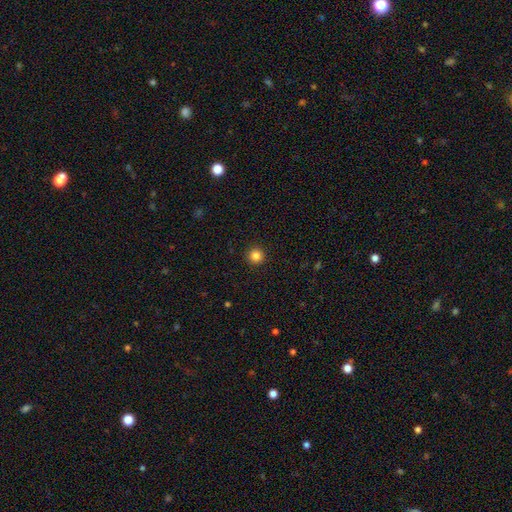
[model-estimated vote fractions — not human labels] Smooth or featured? smooth (84%)
How rounded? round (96%)
Merging? none (93%)